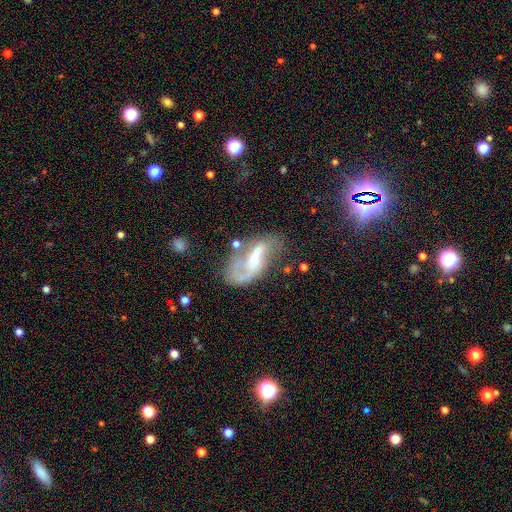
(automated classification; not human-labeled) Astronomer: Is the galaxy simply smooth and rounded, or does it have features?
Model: featured or disk — 65%.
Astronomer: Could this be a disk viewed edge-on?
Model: no — 94%.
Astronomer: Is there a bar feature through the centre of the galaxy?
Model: weak — 38% (runner-up: no, 37%).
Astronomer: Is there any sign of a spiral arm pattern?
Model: yes — 70%.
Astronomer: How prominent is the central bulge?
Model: none — 33% (runner-up: small, 28%).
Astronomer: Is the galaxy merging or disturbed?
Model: none — 37% (runner-up: major disturbance, 27%).